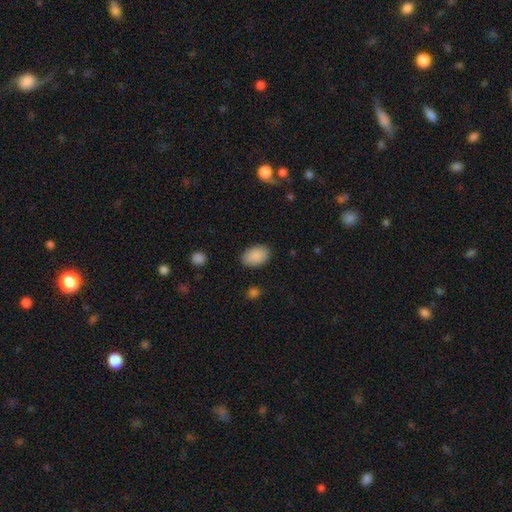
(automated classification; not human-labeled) Smooth or featured? smooth (89%)
How rounded? in between (87%)
Merging? none (85%)